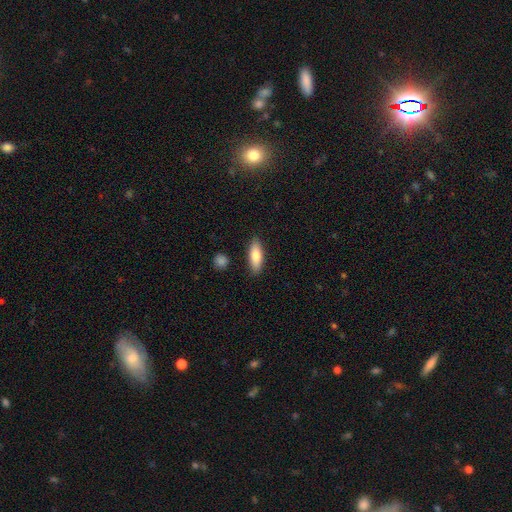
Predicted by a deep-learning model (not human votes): smooth_or_featured: smooth (p=0.79) [alt: featured or disk p=0.15]
how_rounded: in between (p=0.63) [alt: cigar-shaped p=0.35]
merging: none (p=0.87) [alt: minor disturbance p=0.09]